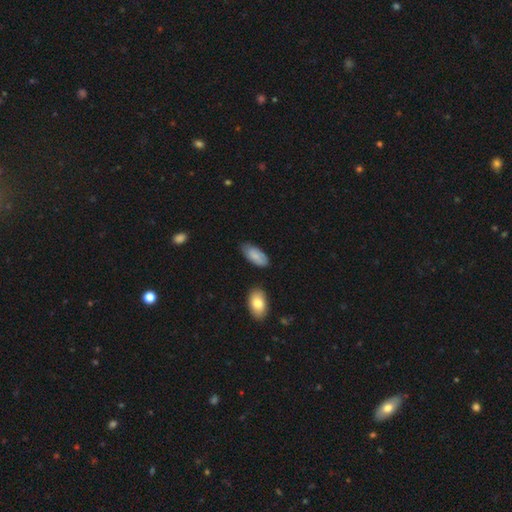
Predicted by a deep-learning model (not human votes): Smooth or featured: smooth — 75% (featured or disk — 19%)
How rounded: in between — 93% (cigar-shaped — 5%)
Merging: none — 70% (minor disturbance — 22%)